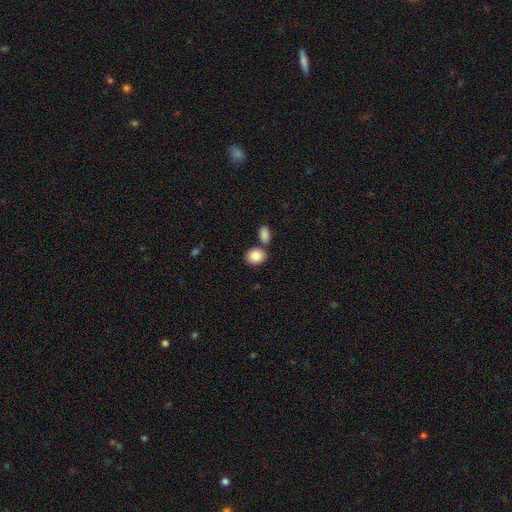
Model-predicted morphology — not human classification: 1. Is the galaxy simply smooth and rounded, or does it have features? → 86% smooth, 7% star or artifact, 6% featured or disk.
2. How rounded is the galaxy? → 52% in between, 47% round, 1% cigar-shaped.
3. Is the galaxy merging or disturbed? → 66% none, 21% merger, 11% minor disturbance, 3% major disturbance.